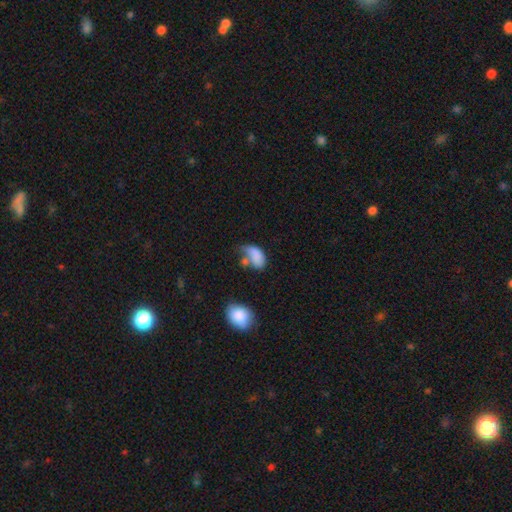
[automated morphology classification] smooth-or-featured: smooth: 77% | featured or disk: 14% | star or artifact: 9%
  how-rounded: in between: 88% | round: 10% | cigar-shaped: 2%
  merging: none: 27% | major disturbance: 26% | minor disturbance: 25% | merger: 22%